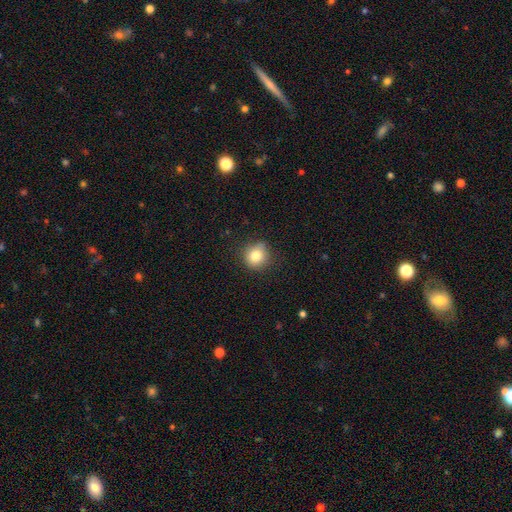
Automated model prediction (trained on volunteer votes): The model was most divided on "merging": none: 82%, minor disturbance: 13%, major disturbance: 3%, merger: 1%. More confident: how rounded — round (88%); smooth or featured — smooth (82%).